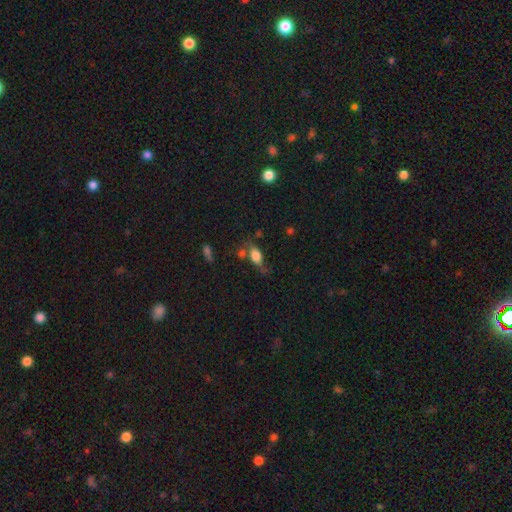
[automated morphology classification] This is likely a smooth galaxy (65%). How rounded: clearly in between (81%). Merging: marginally none (43%).